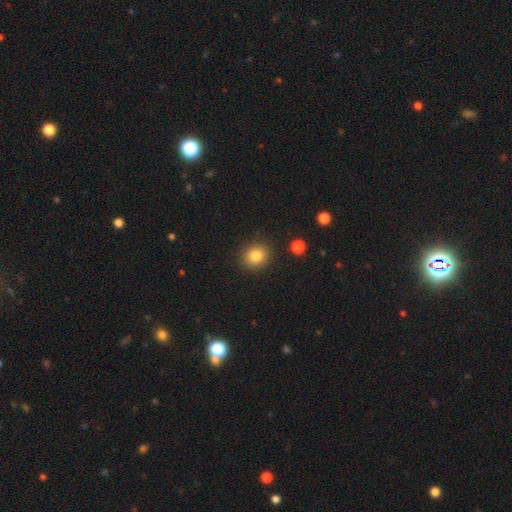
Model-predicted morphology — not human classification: A smooth galaxy with no disk features (83%) that is round (75%). Merging: none (88%).